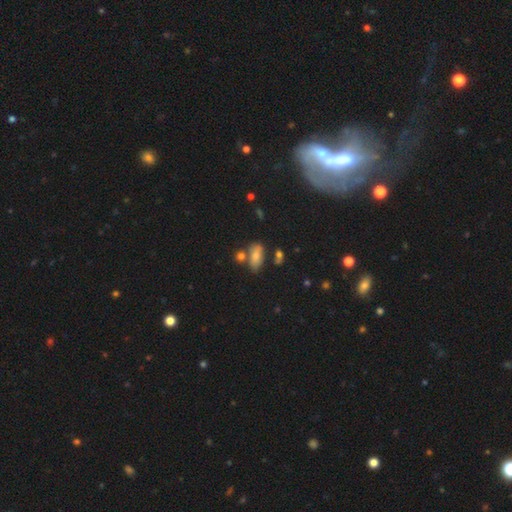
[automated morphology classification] A smooth galaxy with no disk features (74%) that is in between round and cigar-shaped (84%). Merging: none (62%).